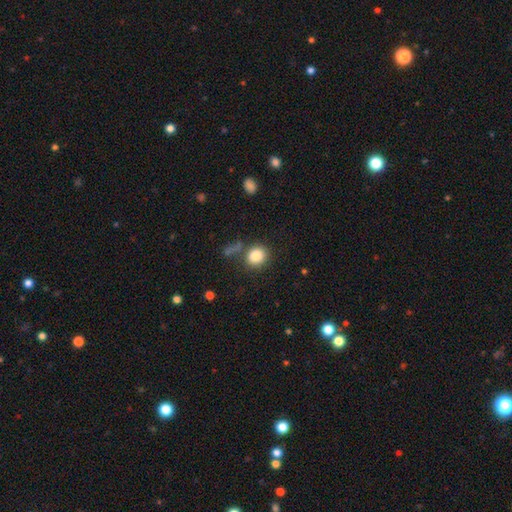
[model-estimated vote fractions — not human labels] Q: Smooth or featured?
A: smooth (85%); runner-up: star or artifact (10%)
Q: How rounded?
A: round (74%); runner-up: in between (25%)
Q: Merging?
A: none (73%); runner-up: minor disturbance (13%)